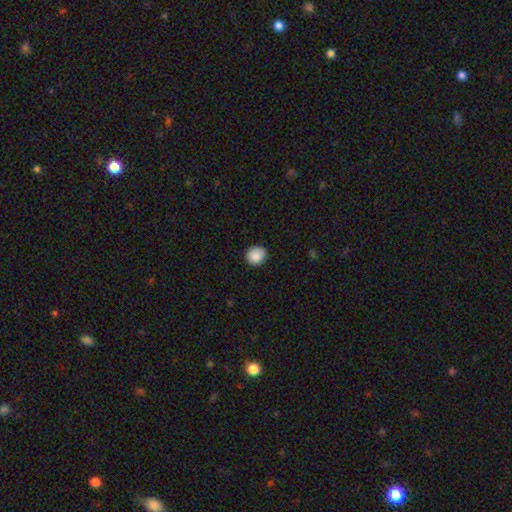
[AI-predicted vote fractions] This is clearly a smooth galaxy (88%). How rounded: clearly round (86%). Merging: clearly none (87%).